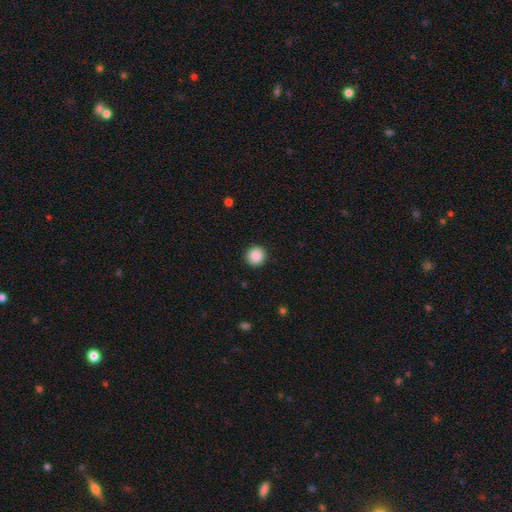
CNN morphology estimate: Q: Smooth or featured?
A: smooth (89%); runner-up: star or artifact (9%)
Q: How rounded?
A: round (95%); runner-up: in between (4%)
Q: Merging?
A: none (92%); runner-up: minor disturbance (5%)